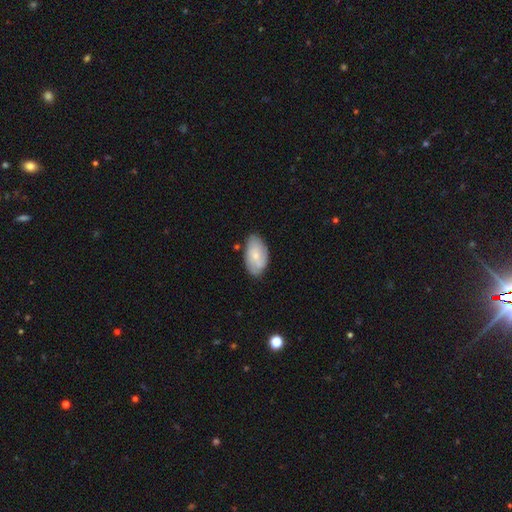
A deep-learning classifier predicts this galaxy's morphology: smooth-or-featured: smooth: 63% | featured or disk: 30% | star or artifact: 6%
  how-rounded: in between: 94% | round: 4% | cigar-shaped: 2%
  merging: none: 71% | minor disturbance: 22% | major disturbance: 4% | merger: 3%